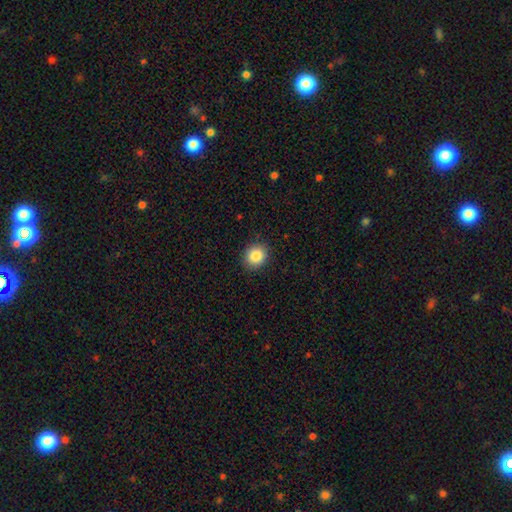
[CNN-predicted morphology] This appears to be a smooth galaxy with no disk features (85%) that is round (78%). Merging: none (90%).